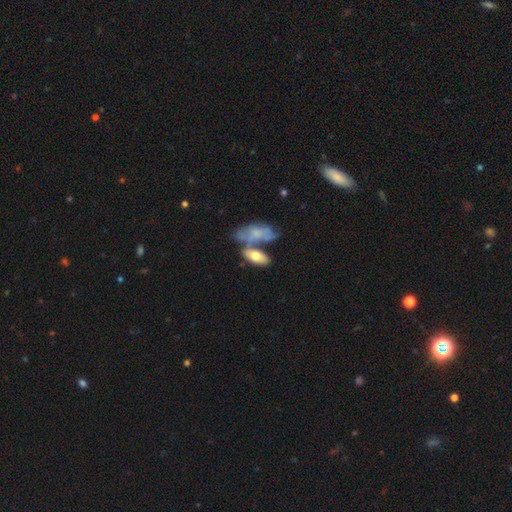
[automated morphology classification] Overall: smooth (63%; featured or disk 30%). How rounded: in between (86%). Merging: none (41%; merger 36%).